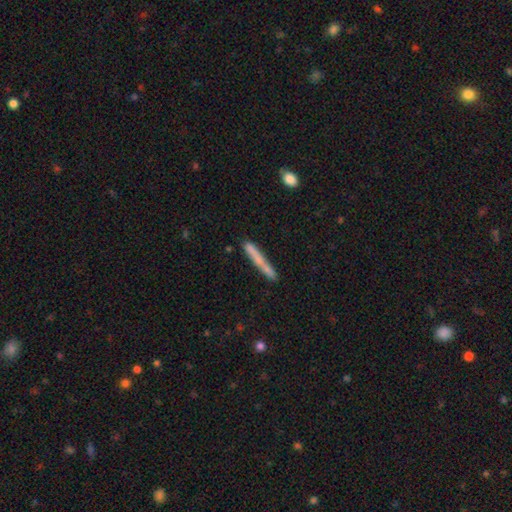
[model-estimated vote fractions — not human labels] smooth_or_featured: smooth (p=0.68) [alt: featured or disk p=0.25]
how_rounded: cigar-shaped (p=0.95) [alt: in between p=0.03]
merging: none (p=0.71) [alt: minor disturbance p=0.16]